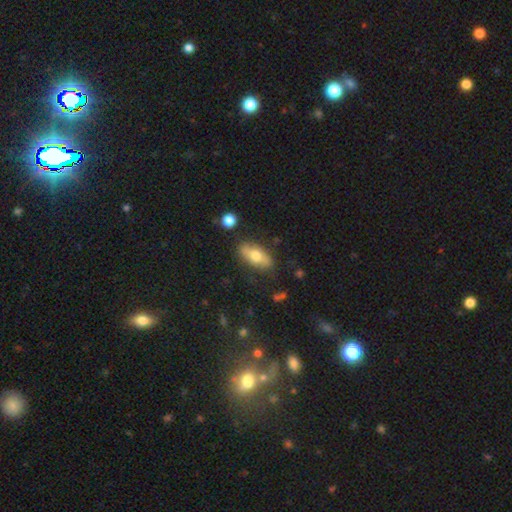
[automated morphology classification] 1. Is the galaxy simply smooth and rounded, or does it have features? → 61% smooth, 32% featured or disk, 7% star or artifact.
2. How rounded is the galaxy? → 78% in between, 17% cigar-shaped, 4% round.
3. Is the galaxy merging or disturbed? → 79% none, 14% minor disturbance, 4% major disturbance, 3% merger.